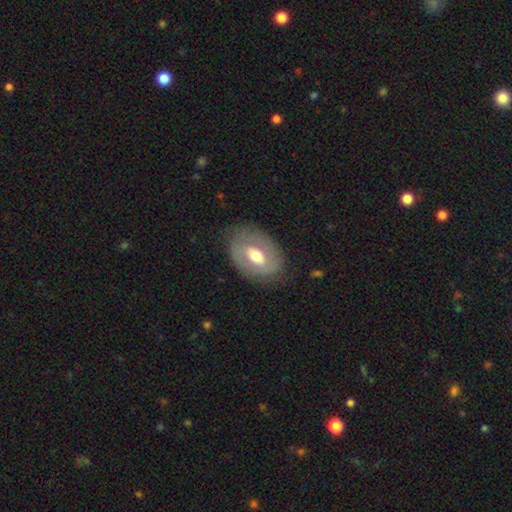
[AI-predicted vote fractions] smooth-or-featured: featured or disk: 53% | smooth: 41% | star or artifact: 6%
  disk-edge-on: no: 92% | yes: 8%
  merging: none: 76% | minor disturbance: 16% | major disturbance: 7% | merger: 1%